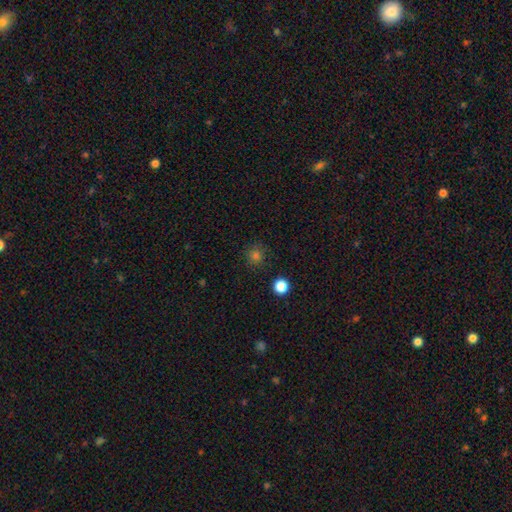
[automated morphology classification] This appears to be a smooth galaxy with no disk features (76%) that is round (94%). Merging: none (89%).